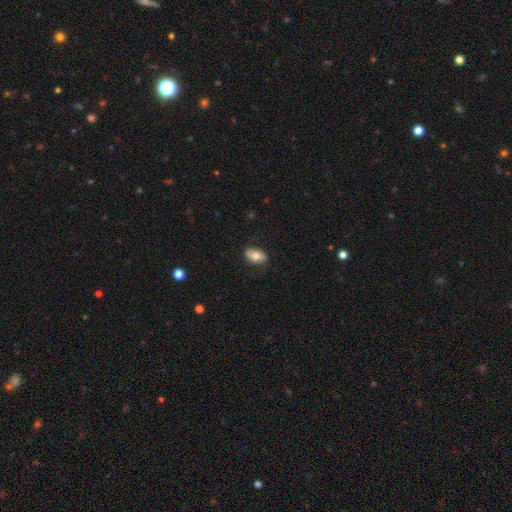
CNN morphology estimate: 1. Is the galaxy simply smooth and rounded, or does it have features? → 67% smooth, 26% featured or disk, 7% star or artifact.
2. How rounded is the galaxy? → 89% in between, 8% round, 3% cigar-shaped.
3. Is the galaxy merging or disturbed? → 79% none, 16% minor disturbance, 4% major disturbance, 1% merger.